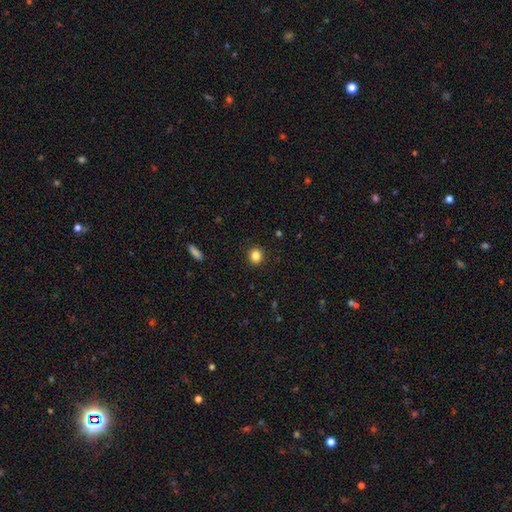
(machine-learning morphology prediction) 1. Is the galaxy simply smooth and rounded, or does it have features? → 84% smooth, 11% star or artifact, 5% featured or disk.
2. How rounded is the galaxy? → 73% round, 25% in between, 1% cigar-shaped.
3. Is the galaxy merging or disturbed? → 91% none, 6% minor disturbance, 2% major disturbance, 1% merger.